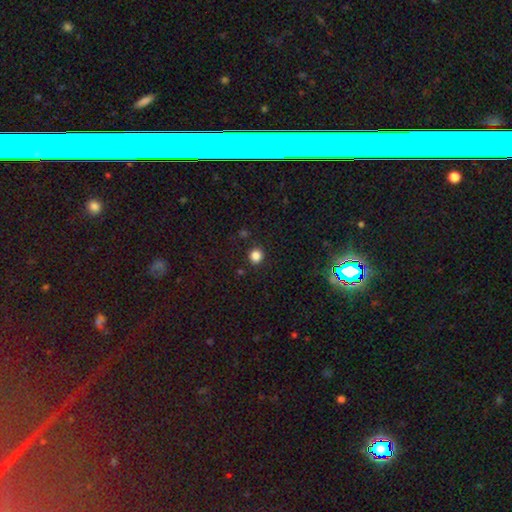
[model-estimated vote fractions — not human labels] The model was most divided on "smooth or featured": smooth: 84%, star or artifact: 12%, featured or disk: 4%. More confident: how rounded — round (90%); merging — none (89%).